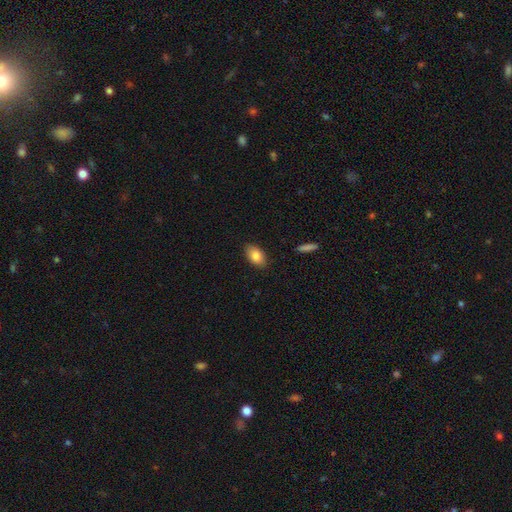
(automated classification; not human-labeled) Overall: smooth (86%). How rounded: in between (92%). Merging: none (86%).